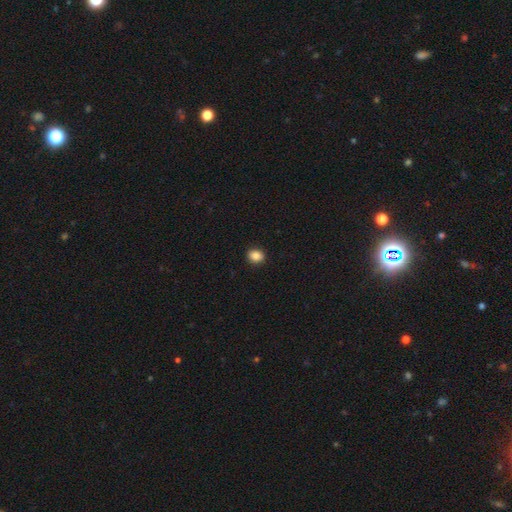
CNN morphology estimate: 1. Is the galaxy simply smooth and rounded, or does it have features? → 86% smooth, 10% star or artifact, 4% featured or disk.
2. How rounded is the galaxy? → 65% round, 34% in between, 1% cigar-shaped.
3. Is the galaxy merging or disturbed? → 92% none, 6% minor disturbance, 2% major disturbance, 1% merger.